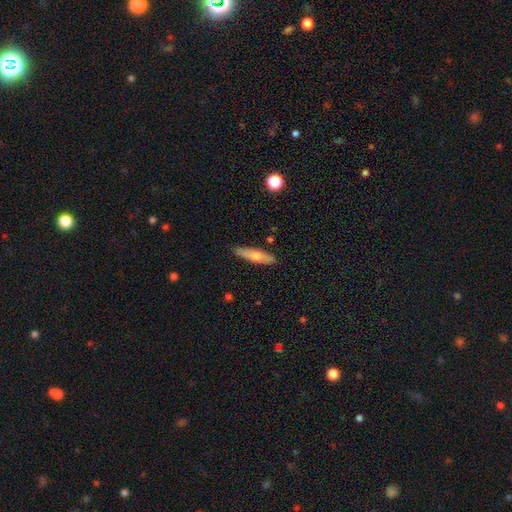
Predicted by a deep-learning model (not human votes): A smooth galaxy with no disk features (62%) that is cigar-shaped (71%). Merging: none (86%).